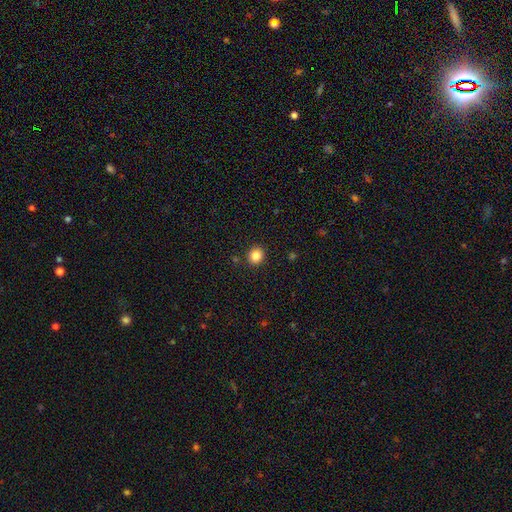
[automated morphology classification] Smooth or featured: smooth — 84% (star or artifact — 11%)
How rounded: round — 85% (in between — 14%)
Merging: none — 90% (minor disturbance — 6%)